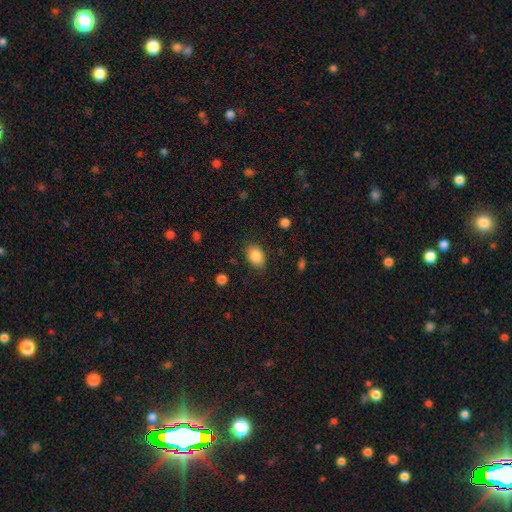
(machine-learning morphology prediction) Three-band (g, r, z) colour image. It shows a smooth galaxy with no disk features (87%) that is in between round and cigar-shaped (79%). Merging: none (82%).